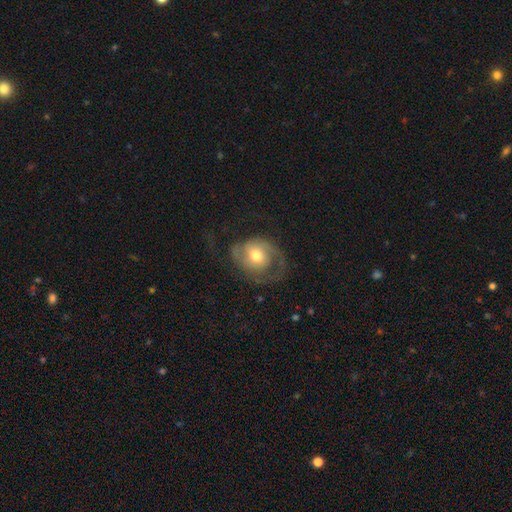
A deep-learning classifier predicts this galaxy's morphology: The model was most divided on "merging": none: 44%, major disturbance: 33%, minor disturbance: 21%, merger: 2%. More confident: edge-on disk — no (96%); spiral arms — yes (76%); bulge size — moderate (71%); bar — no (70%); smooth or featured — featured or disk (59%).